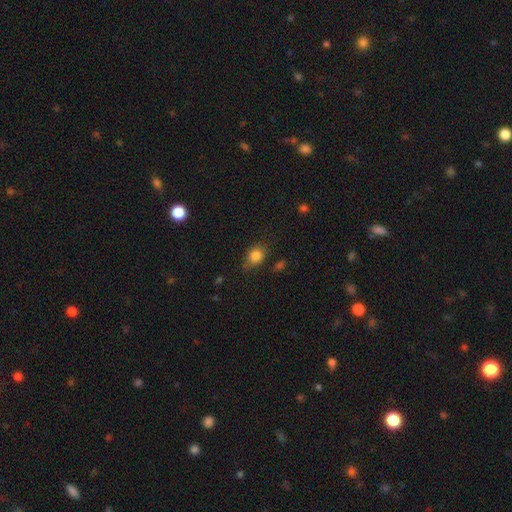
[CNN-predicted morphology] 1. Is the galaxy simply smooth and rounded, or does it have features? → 82% smooth, 10% star or artifact, 7% featured or disk.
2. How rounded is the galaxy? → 52% in between, 46% round, 2% cigar-shaped.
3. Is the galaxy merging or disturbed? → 70% none, 22% minor disturbance, 5% major disturbance, 2% merger.